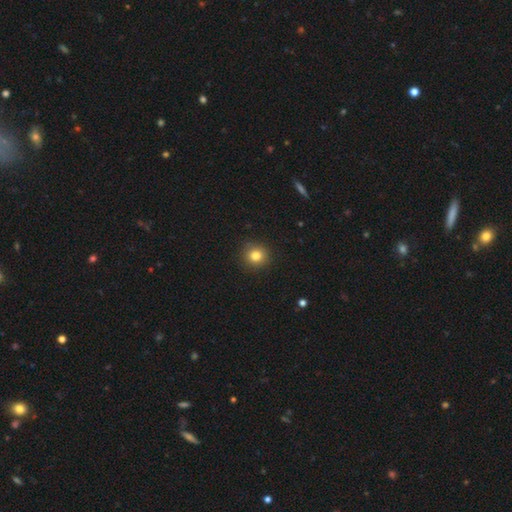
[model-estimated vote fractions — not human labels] A smooth galaxy with no disk features (82%) that is round (92%). Merging: none (91%).